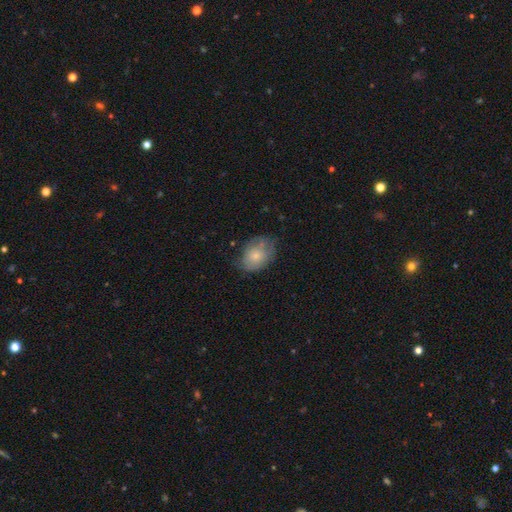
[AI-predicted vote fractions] Overall: smooth (69%). How rounded: in between (70%). Merging: none (51%; minor disturbance 34%).